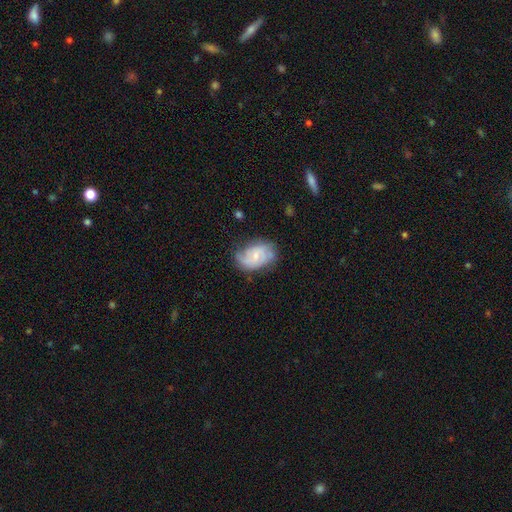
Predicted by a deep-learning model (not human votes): Smooth or featured?
  - featured or disk: 58% *
  - smooth: 35%
  - star or artifact: 7%
Edge-on disk?
  - no: 97% *
  - yes: 3%
Bar?
  - no: 57% *
  - weak: 37%
  - strong: 6%
Spiral arms?
  - yes: 84% *
  - no: 16%
Bulge size?
  - small: 60% *
  - moderate: 33%
  - none: 4%
  - large: 2%
  - dominant: 1%
Merging?
  - none: 62% *
  - minor disturbance: 27%
  - major disturbance: 9%
  - merger: 2%